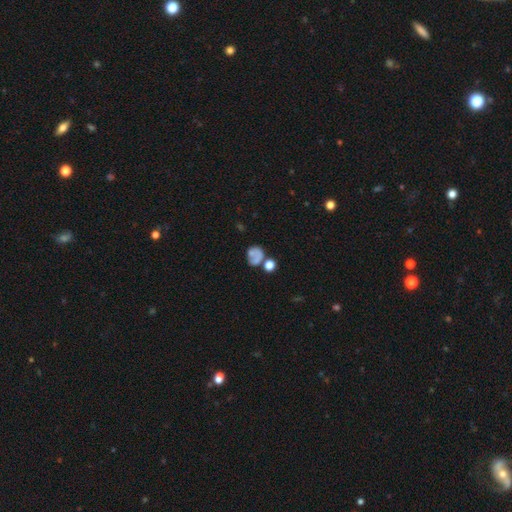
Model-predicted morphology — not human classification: Smooth or featured: smooth — 61% (featured or disk — 25%)
How rounded: round — 61% (in between — 38%)
Merging: none — 39% (merger — 26%)